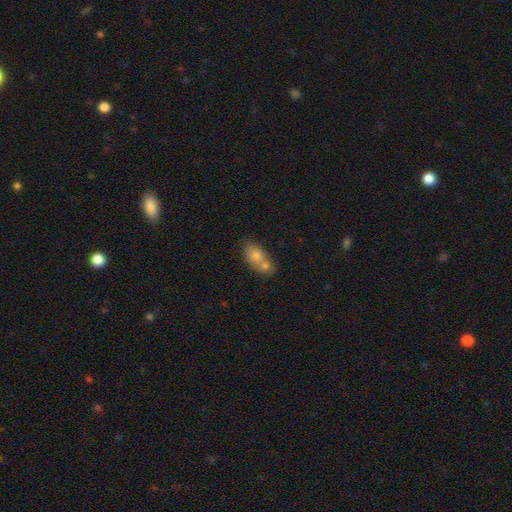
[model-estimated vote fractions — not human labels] Smooth or featured: smooth — 74% (featured or disk — 17%)
How rounded: in between — 79% (round — 14%)
Merging: merger — 53% (none — 33%)